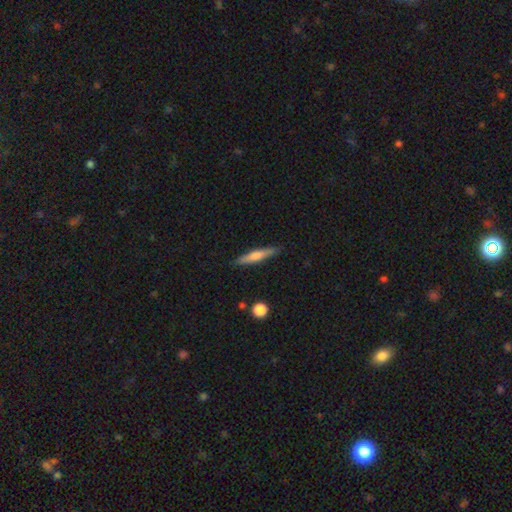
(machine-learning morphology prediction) A smooth galaxy with no disk features (55%) that is cigar-shaped (90%).

Vote fractions:
- Smooth or featured? smooth: 55% / featured or disk: 39% / star or artifact: 6%
- How rounded? cigar-shaped: 90% / in between: 9% / round: 2%
- Merging? none: 88% / minor disturbance: 8% / major disturbance: 2% / merger: 1%